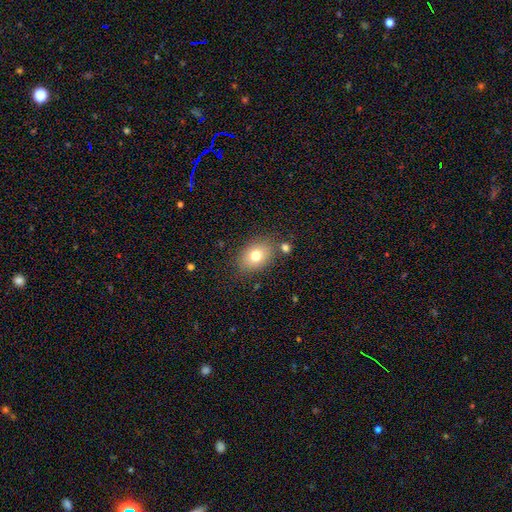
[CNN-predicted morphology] smooth 76%, featured or disk 13%, star or artifact 11%. Down the decision tree: how rounded — in between (71%); merging — none (79%).